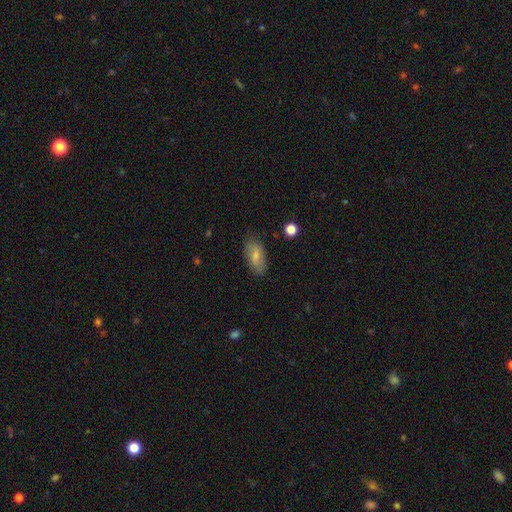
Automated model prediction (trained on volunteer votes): This is likely a smooth galaxy (74%). How rounded: clearly in between (88%). Merging: clearly none (80%).